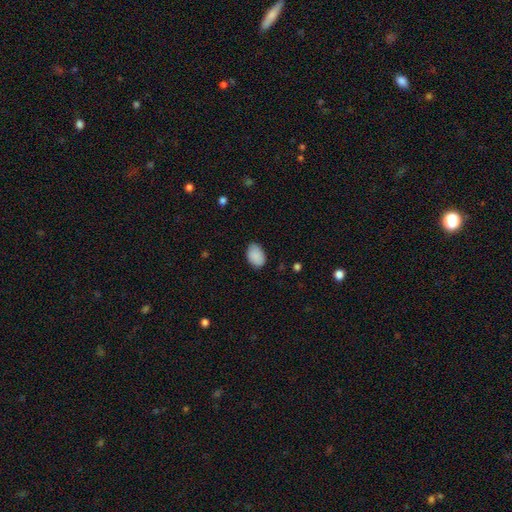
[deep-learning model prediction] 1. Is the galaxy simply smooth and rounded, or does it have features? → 90% smooth, 7% star or artifact, 4% featured or disk.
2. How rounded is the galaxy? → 87% in between, 12% round, 1% cigar-shaped.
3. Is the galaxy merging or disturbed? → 80% none, 16% minor disturbance, 3% major disturbance, 1% merger.